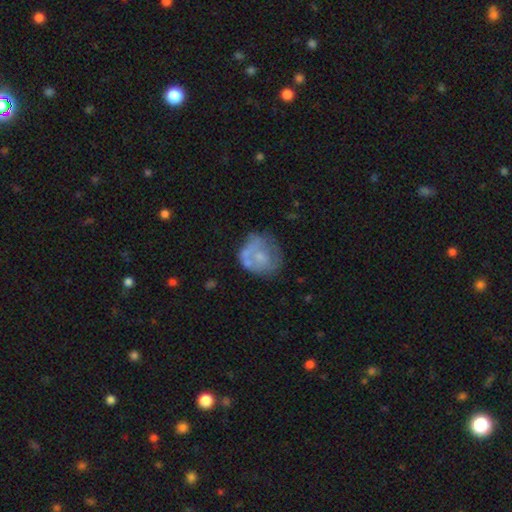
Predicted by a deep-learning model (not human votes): A featured or disk galaxy (48%).

Vote fractions:
- Smooth or featured? featured or disk: 48% / smooth: 44% / star or artifact: 8%
- Merging? none: 46% / minor disturbance: 25% / major disturbance: 19% / merger: 10%